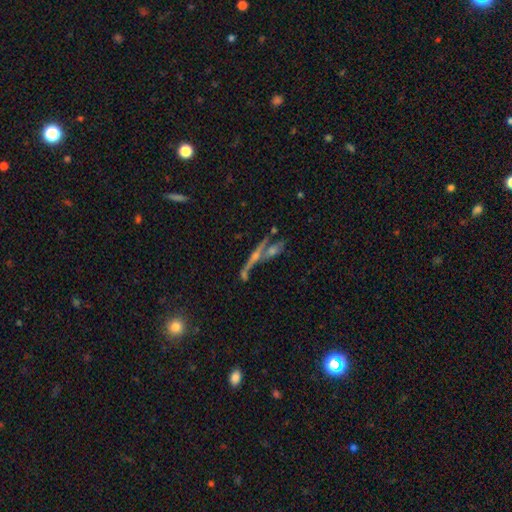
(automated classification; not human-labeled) A featured or disk galaxy (63%) viewed edge-on (81%) with a rounded central bulge (64%). Merging: none (46%).